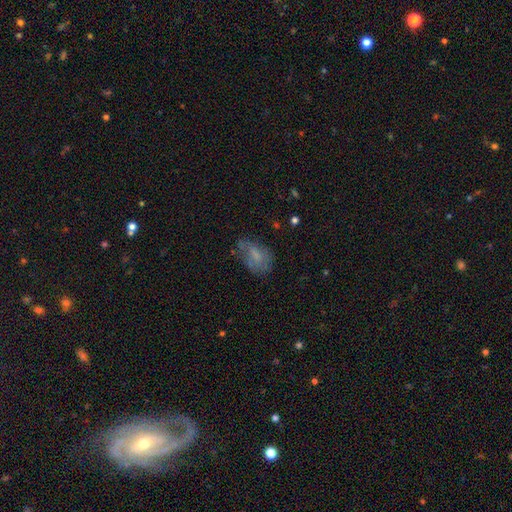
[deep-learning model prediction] A smooth galaxy with no disk features (60%) that is in between round and cigar-shaped (87%). Merging: none (49%).